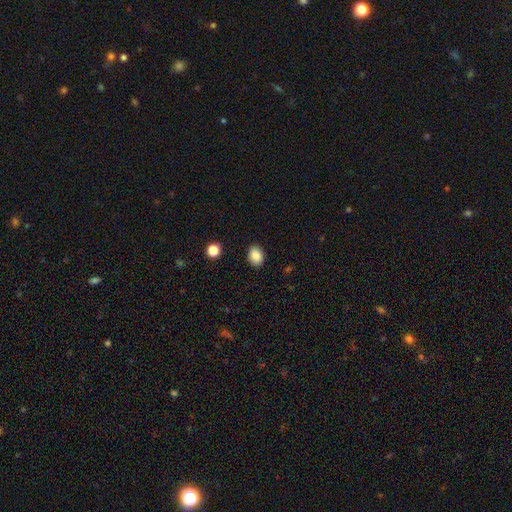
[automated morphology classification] Q: Smooth or featured?
A: smooth (86%); runner-up: star or artifact (9%)
Q: How rounded?
A: in between (65%); runner-up: round (34%)
Q: Merging?
A: none (89%); runner-up: minor disturbance (8%)